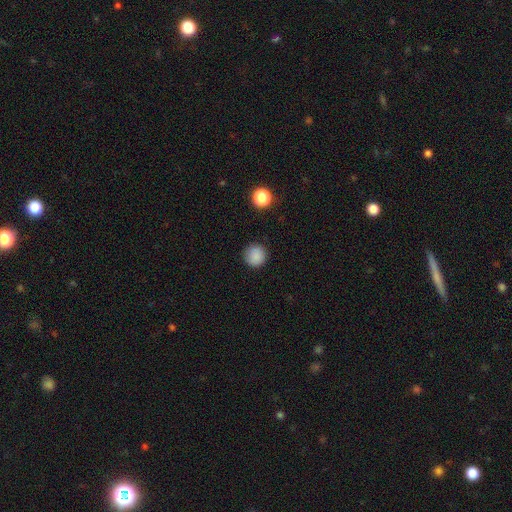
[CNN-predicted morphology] smooth_or_featured: smooth (p=0.87) [alt: star or artifact p=0.10]
how_rounded: round (p=0.95) [alt: in between p=0.04]
merging: none (p=0.91) [alt: minor disturbance p=0.06]